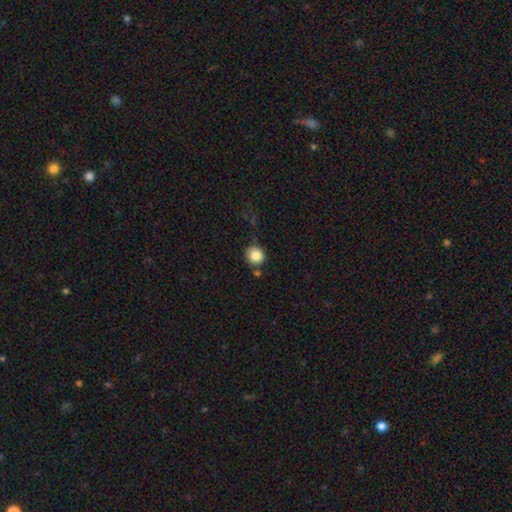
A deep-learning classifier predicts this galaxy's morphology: This appears to be a smooth galaxy with no disk features (84%) that is round (88%). Merging: none (75%).